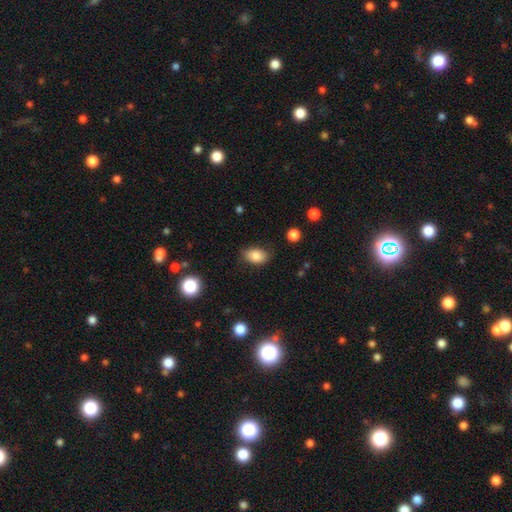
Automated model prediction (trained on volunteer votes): smooth 83%, star or artifact 9%, featured or disk 8%. Down the decision tree: how rounded — in between (86%); merging — none (77%).